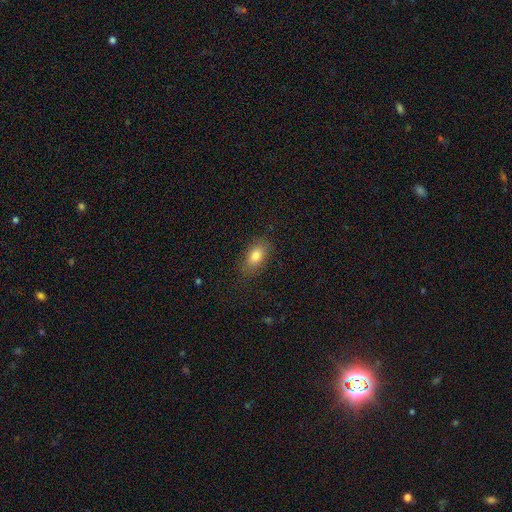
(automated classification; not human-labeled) Morphology: type=smooth (82%); roundness=in between (88%); merging=none (83%).